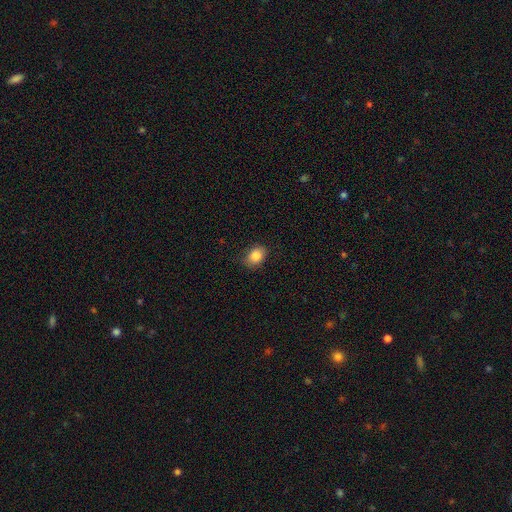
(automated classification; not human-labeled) Smooth or featured?
  - smooth: 85% *
  - star or artifact: 9%
  - featured or disk: 6%
How rounded?
  - in between: 65% *
  - round: 34%
  - cigar-shaped: 1%
Merging?
  - none: 81% *
  - minor disturbance: 15%
  - major disturbance: 3%
  - merger: 1%